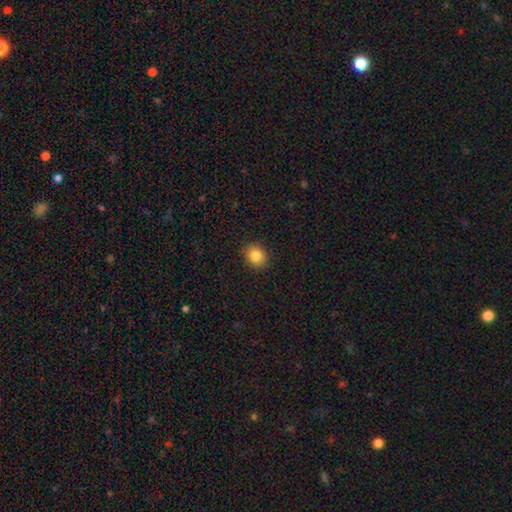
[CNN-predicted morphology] The model was most divided on "how rounded": round: 69%, in between: 30%, cigar-shaped: 1%. More confident: merging — none (90%); smooth or featured — smooth (85%).